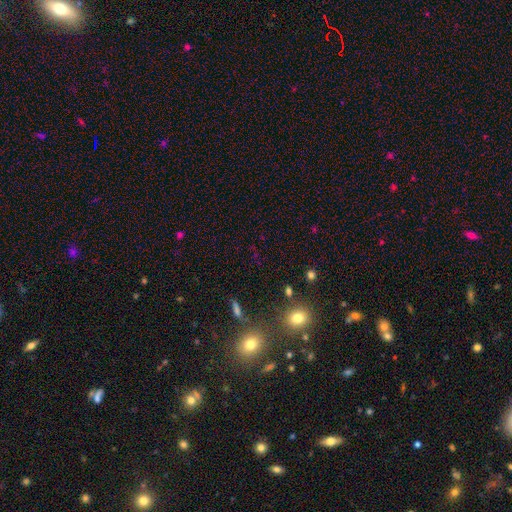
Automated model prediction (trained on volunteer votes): Morphology: type=star or artifact (47%).